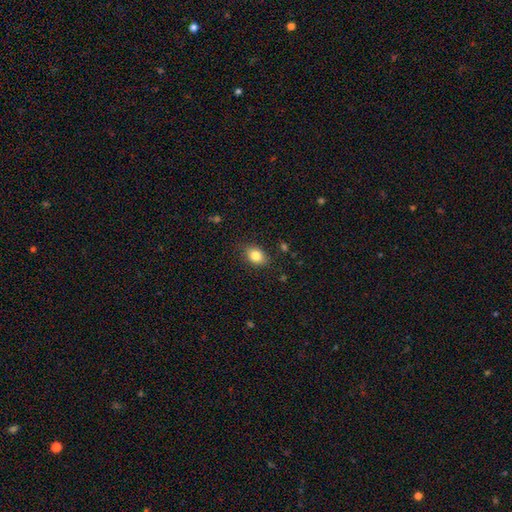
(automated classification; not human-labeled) Smooth or featured? Predicted: smooth (p=0.83). How rounded? Predicted: in between (p=0.72). Merging? Predicted: none (p=0.83).